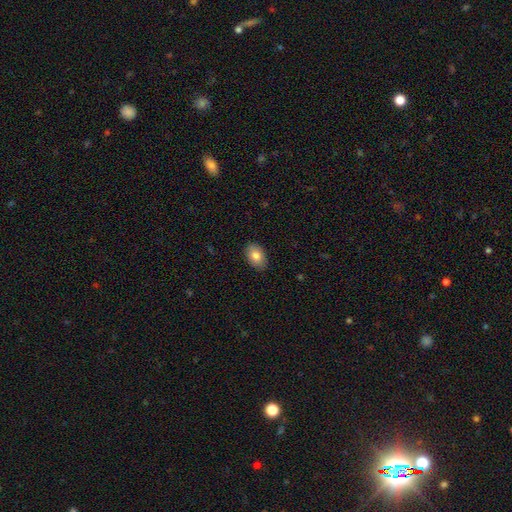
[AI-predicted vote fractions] Overall: smooth (82%). How rounded: in between (87%). Merging: none (88%).